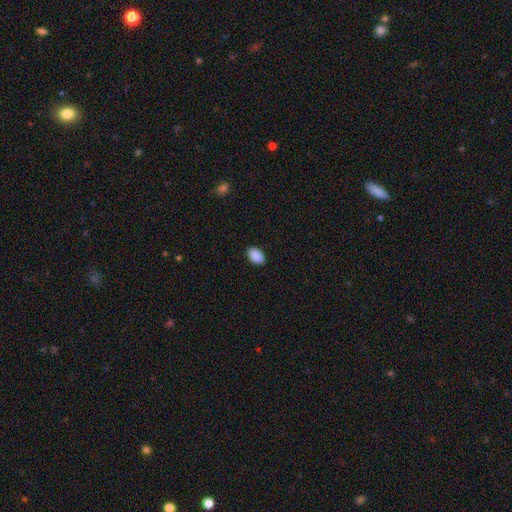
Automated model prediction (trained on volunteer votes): Smooth or featured? Predicted: smooth (p=0.91). How rounded? Predicted: in between (p=0.91). Merging? Predicted: none (p=0.89).